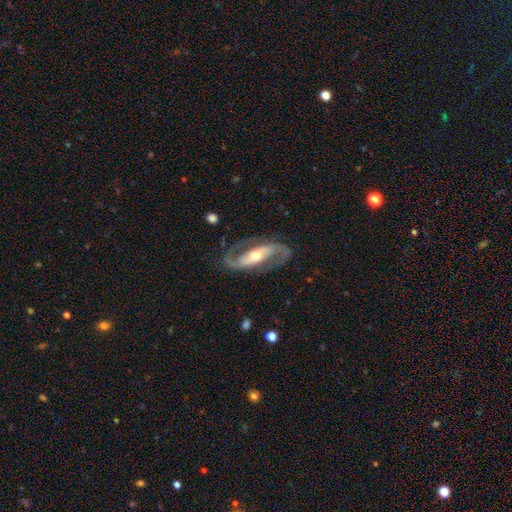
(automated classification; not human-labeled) This appears to be a featured or disk galaxy (91%) with a strong bar (48%), 2 (94%) medium (52%) spiral arms (97%) and a moderate central bulge (63%). Merging: none (83%).